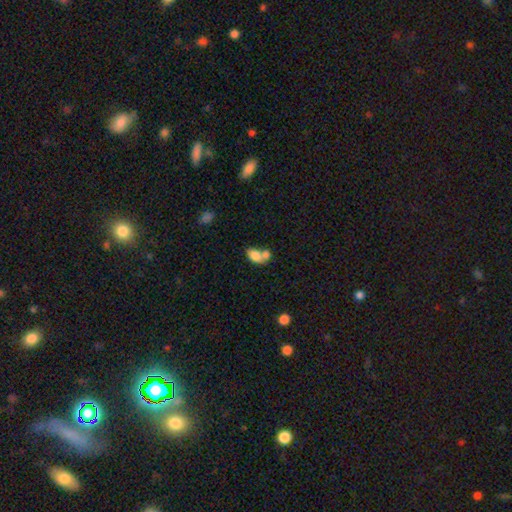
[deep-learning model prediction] This is likely a smooth galaxy (78%). How rounded: clearly in between (86%). Merging: likely merger (61%).